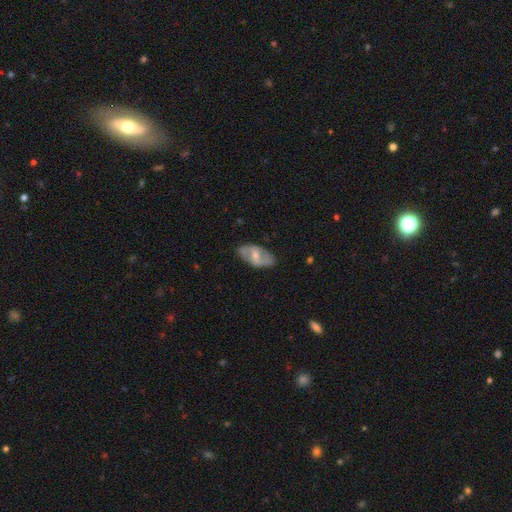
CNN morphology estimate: Smooth or featured: featured or disk — 60% (smooth — 34%)
Edge-on disk: no — 89% (yes — 11%)
Bar: weak — 43% (strong — 31%)
Spiral arms: yes — 55% (no — 45%)
Bulge size: moderate — 55% (small — 40%)
Merging: none — 77% (minor disturbance — 17%)